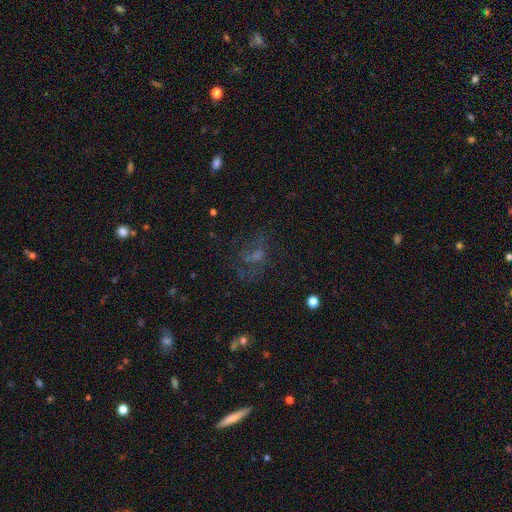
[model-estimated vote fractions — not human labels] Overall: star or artifact (38%; featured or disk 34%).